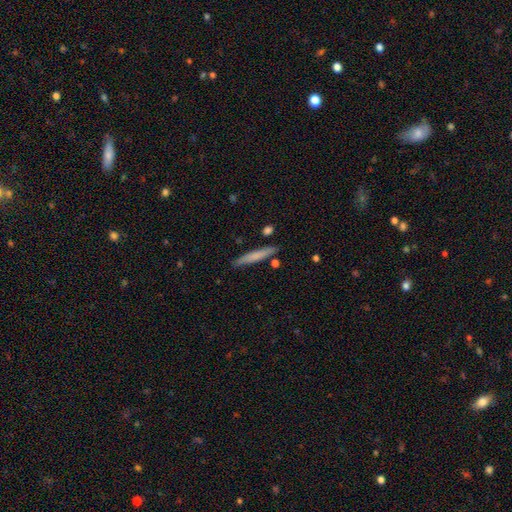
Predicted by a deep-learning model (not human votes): A smooth galaxy with no disk features (67%) that is cigar-shaped (94%). Merging: none (85%).